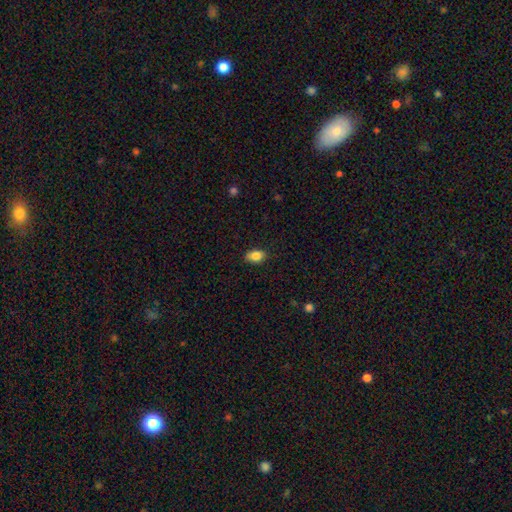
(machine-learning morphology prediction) The model was most divided on "merging": none: 83%, minor disturbance: 13%, major disturbance: 3%, merger: 1%. More confident: smooth or featured — smooth (87%); how rounded — in between (85%).